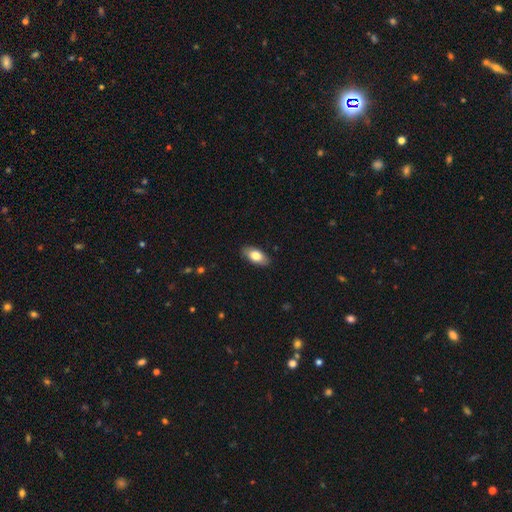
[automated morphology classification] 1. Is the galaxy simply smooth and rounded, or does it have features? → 77% smooth, 17% featured or disk, 6% star or artifact.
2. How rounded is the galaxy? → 89% in between, 8% cigar-shaped, 4% round.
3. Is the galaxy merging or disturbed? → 87% none, 10% minor disturbance, 2% major disturbance, 1% merger.